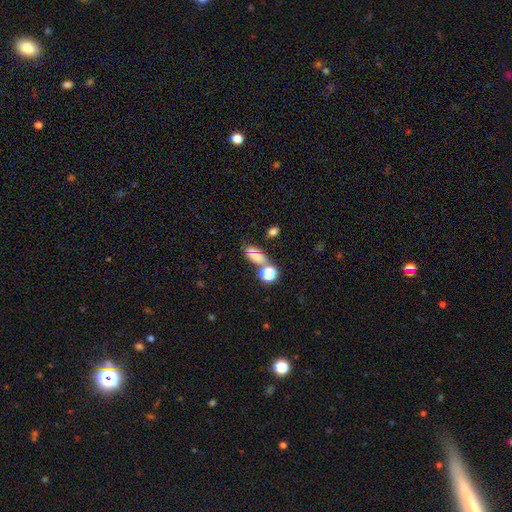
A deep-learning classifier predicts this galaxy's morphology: type=smooth (69%); roundness=in between (75%); merging=none (53%).